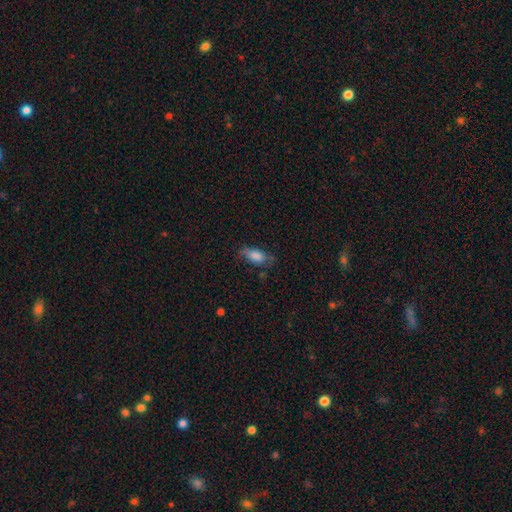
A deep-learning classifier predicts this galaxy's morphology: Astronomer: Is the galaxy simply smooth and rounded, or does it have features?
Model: smooth — 76%.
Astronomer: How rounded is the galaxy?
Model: in between — 82%.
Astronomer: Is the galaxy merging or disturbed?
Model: none — 57%.